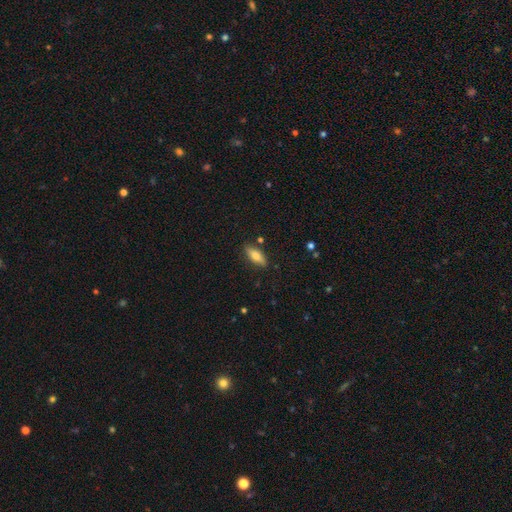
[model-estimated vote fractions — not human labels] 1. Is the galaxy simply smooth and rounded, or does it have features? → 76% smooth, 17% featured or disk, 7% star or artifact.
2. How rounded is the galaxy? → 67% in between, 30% cigar-shaped, 2% round.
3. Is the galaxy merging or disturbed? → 84% none, 11% minor disturbance, 2% merger, 2% major disturbance.